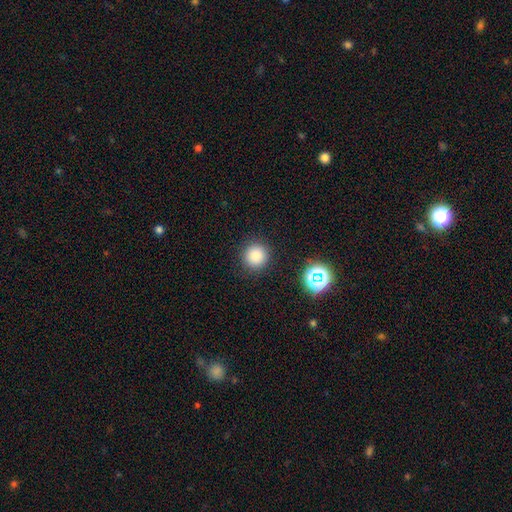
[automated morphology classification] This is clearly a smooth galaxy (83%). How rounded: clearly round (93%). Merging: clearly none (90%).